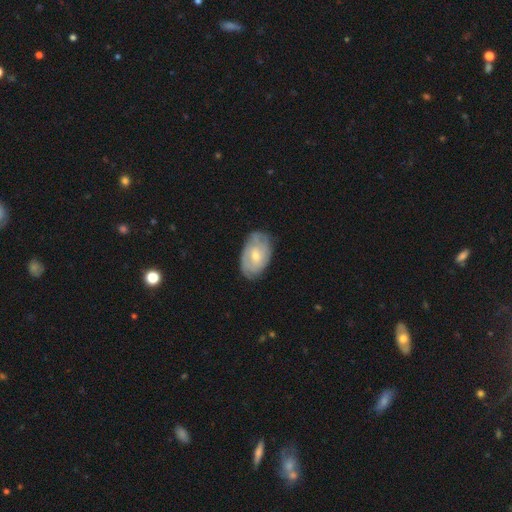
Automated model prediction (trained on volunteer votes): Morphology: type=featured or disk (63%); edge-on=no (95%); bar=no (53%); spiral arms=yes (80%); bulge=moderate (49%); merging=none (75%).